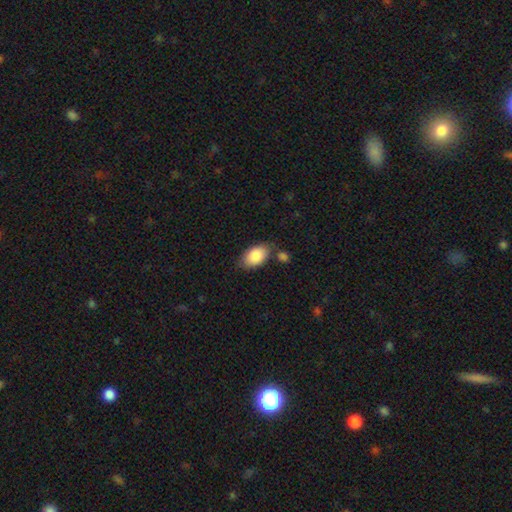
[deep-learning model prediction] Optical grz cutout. It shows a smooth galaxy with no disk features (87%) that is in between round and cigar-shaped (93%). Merging: none (68%).